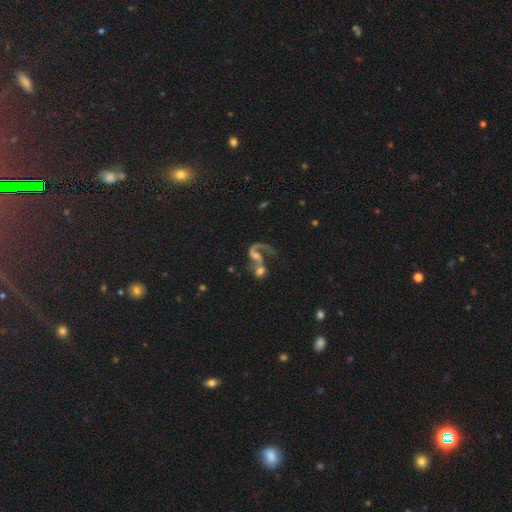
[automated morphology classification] This is likely a featured or disk galaxy (73%). It is clearly not viewed edge-on (97%). Bar: possibly no (53%). Spiral arm pattern: clearly yes (83%). Spiral arm count: likely 1 (63%). Spiral winding: likely loose (71%). Central bulge: marginally small (36%). Merging: possibly merger (51%).